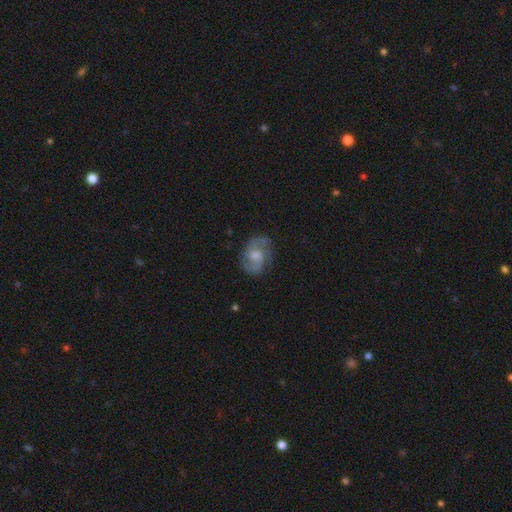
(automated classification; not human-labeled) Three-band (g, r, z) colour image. It shows a featured or disk galaxy (78%) with no bar (58%), 2 (80%) medium (53%) spiral arms (95%) and a moderate central bulge (48%). Merging: none (72%).